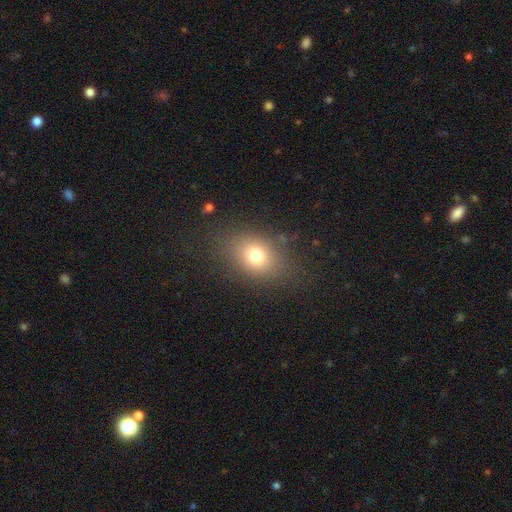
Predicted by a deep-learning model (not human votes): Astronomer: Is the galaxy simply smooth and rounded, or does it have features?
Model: smooth — 75%.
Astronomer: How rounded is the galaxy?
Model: in between — 63%.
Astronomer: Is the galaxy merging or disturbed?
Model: none — 80%.